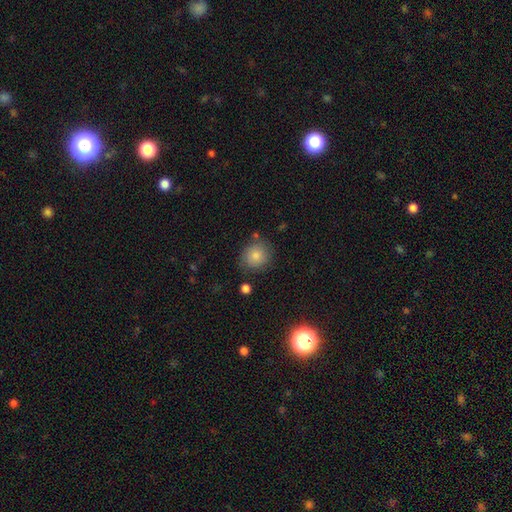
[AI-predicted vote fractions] Smooth or featured: smooth — 84% (star or artifact — 9%)
How rounded: round — 81% (in between — 18%)
Merging: none — 77% (minor disturbance — 15%)